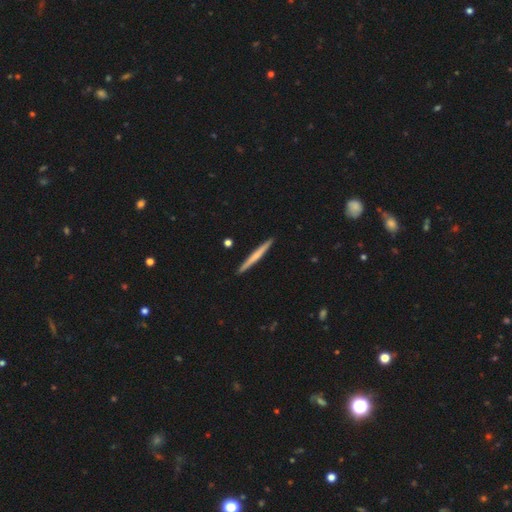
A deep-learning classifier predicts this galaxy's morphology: smooth 55%, featured or disk 40%, star or artifact 5%. Down the decision tree: how rounded — cigar-shaped (97%); merging — none (93%).